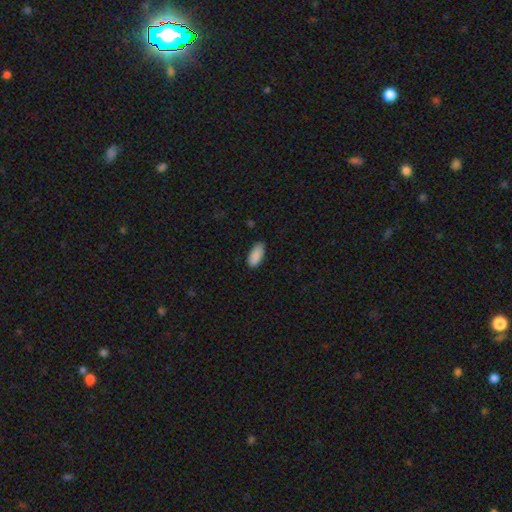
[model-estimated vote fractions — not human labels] This is clearly a smooth galaxy (89%). How rounded: clearly in between (90%). Merging: likely none (80%).